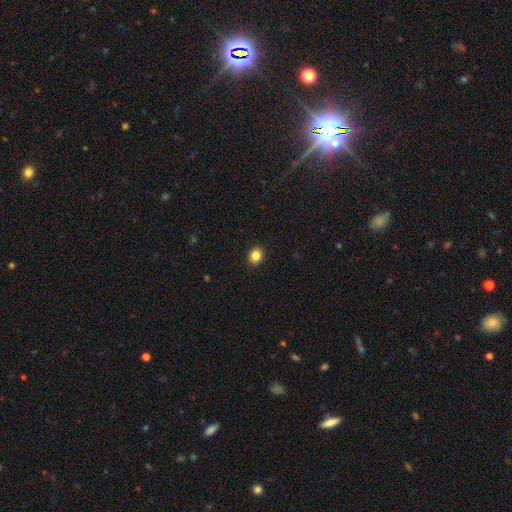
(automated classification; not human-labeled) Smooth or featured? smooth (85%)
How rounded? round (80%)
Merging? none (92%)